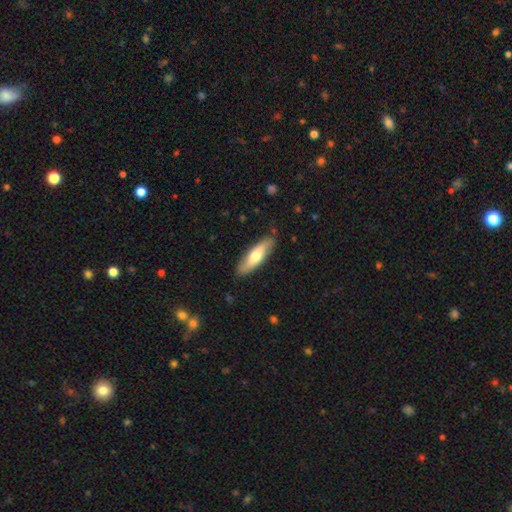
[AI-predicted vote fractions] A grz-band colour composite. It shows a smooth galaxy with no disk features (63%) that is cigar-shaped (50%). Merging: none (86%).